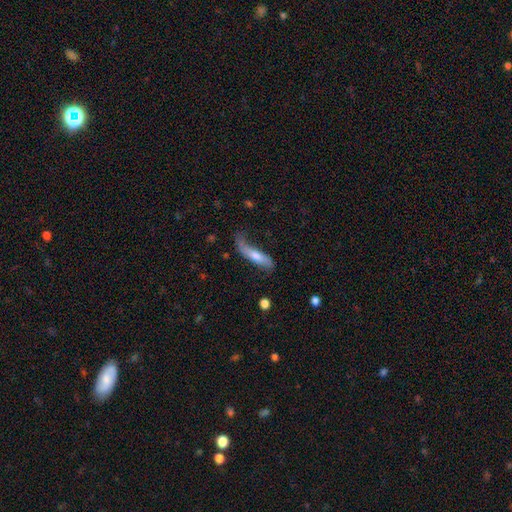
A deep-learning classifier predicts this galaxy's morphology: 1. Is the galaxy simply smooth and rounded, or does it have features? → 47% featured or disk, 46% smooth, 7% star or artifact.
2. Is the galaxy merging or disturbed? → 43% none, 32% minor disturbance, 21% major disturbance, 3% merger.